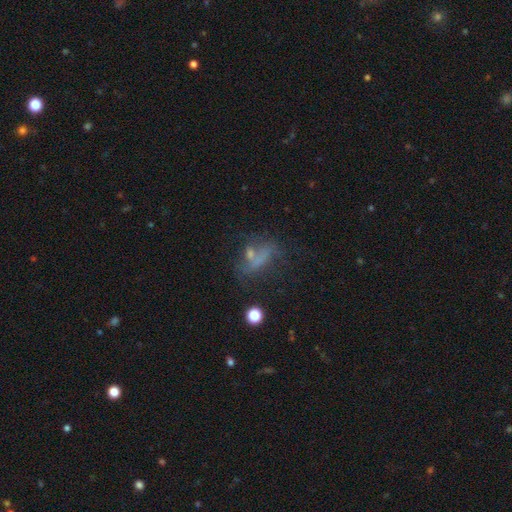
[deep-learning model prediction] Morphology: type=featured or disk (40%); merging=none (37%).